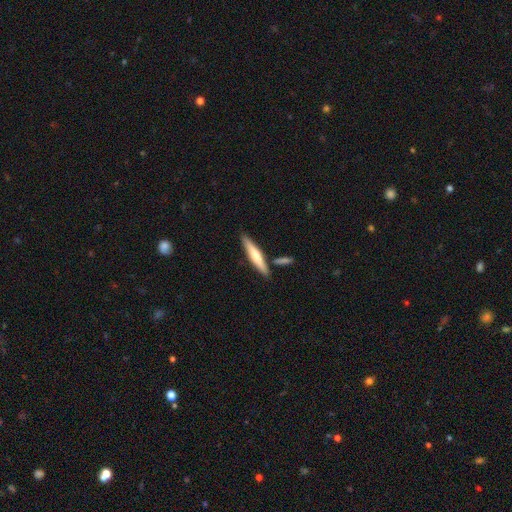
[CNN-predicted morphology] Overall: smooth (58%; featured or disk 37%). How rounded: cigar-shaped (89%). Merging: none (81%).